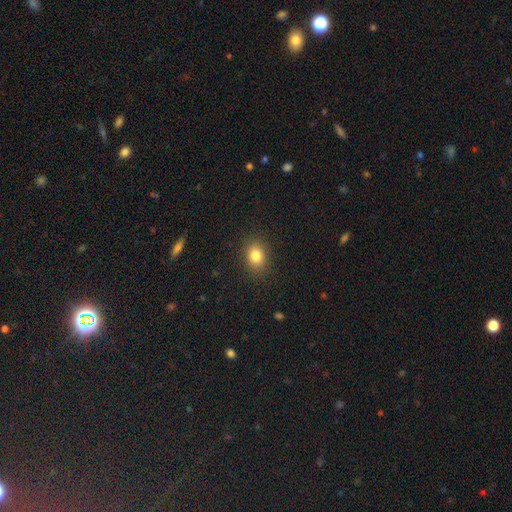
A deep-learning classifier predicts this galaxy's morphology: smooth-or-featured: smooth: 83% | star or artifact: 11% | featured or disk: 7%
  how-rounded: in between: 57% | round: 42% | cigar-shaped: 1%
  merging: none: 87% | minor disturbance: 9% | major disturbance: 3% | merger: 1%